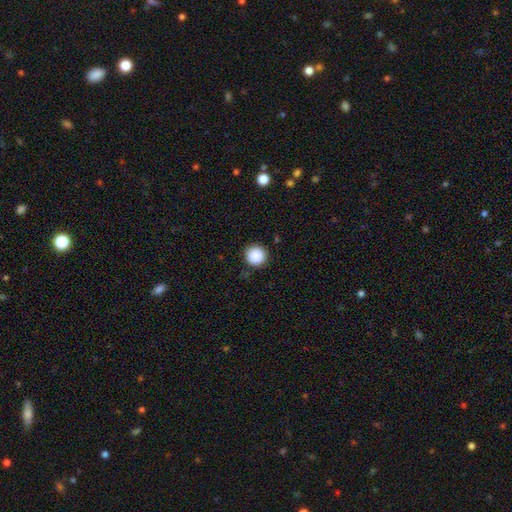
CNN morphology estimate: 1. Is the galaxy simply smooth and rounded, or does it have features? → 88% smooth, 10% star or artifact, 3% featured or disk.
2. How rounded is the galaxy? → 96% round, 3% in between, 1% cigar-shaped.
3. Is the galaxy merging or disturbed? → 89% none, 7% minor disturbance, 2% major disturbance, 1% merger.